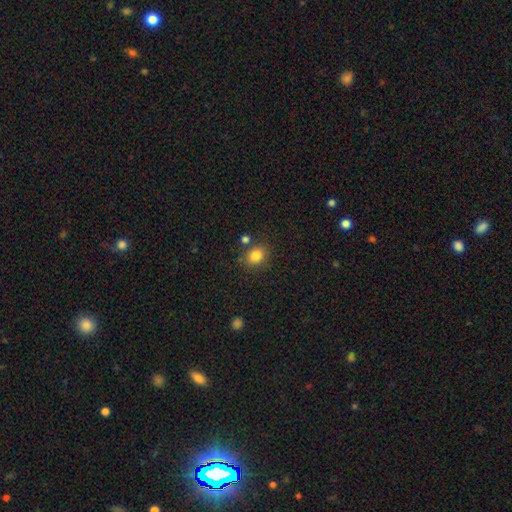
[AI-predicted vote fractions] Smooth or featured? Predicted: smooth (p=0.83). How rounded? Predicted: round (p=0.55). Merging? Predicted: none (p=0.77).